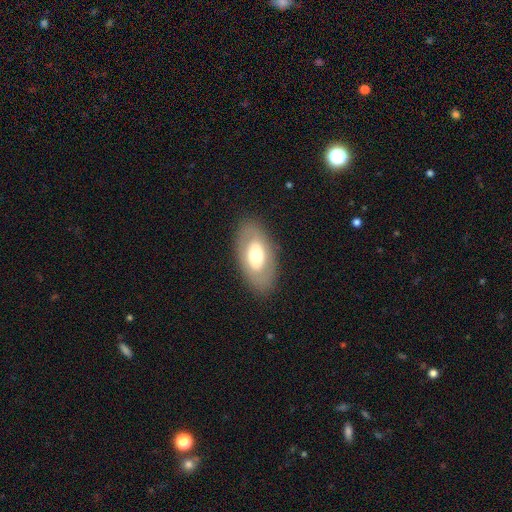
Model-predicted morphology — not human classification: smooth-or-featured: smooth: 50% | featured or disk: 44% | star or artifact: 7%
  merging: none: 83% | minor disturbance: 11% | major disturbance: 5% | merger: 1%